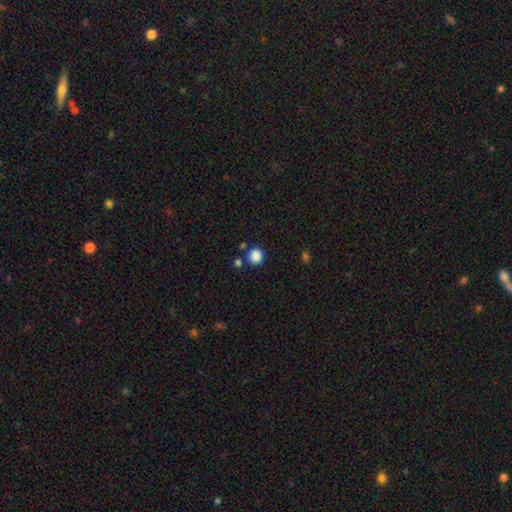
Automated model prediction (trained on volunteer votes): smooth-or-featured: smooth: 87% | star or artifact: 10% | featured or disk: 3%
  how-rounded: round: 92% | in between: 7% | cigar-shaped: 1%
  merging: none: 82% | minor disturbance: 8% | merger: 7% | major disturbance: 3%